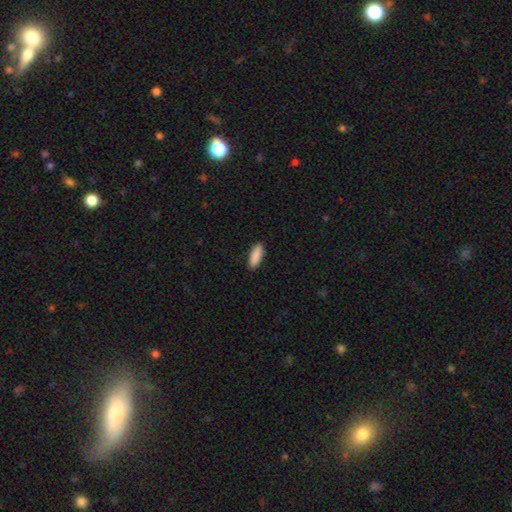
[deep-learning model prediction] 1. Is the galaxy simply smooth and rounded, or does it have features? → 90% smooth, 6% star or artifact, 4% featured or disk.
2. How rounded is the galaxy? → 70% in between, 28% cigar-shaped, 2% round.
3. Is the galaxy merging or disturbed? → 89% none, 8% minor disturbance, 2% major disturbance, 1% merger.